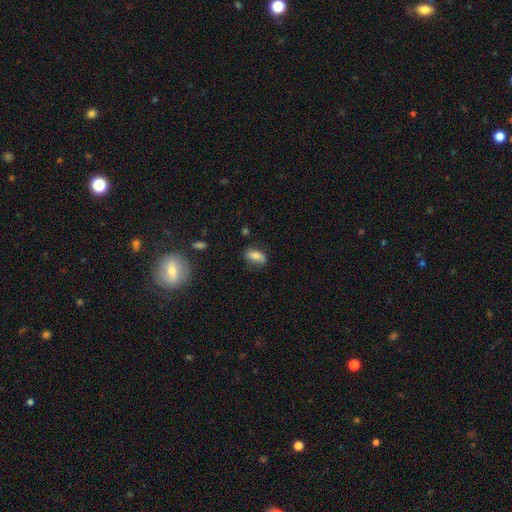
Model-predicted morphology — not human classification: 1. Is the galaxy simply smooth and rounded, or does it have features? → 72% smooth, 19% featured or disk, 8% star or artifact.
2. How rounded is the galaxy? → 86% in between, 7% cigar-shaped, 7% round.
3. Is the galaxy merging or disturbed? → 71% none, 21% minor disturbance, 6% major disturbance, 2% merger.